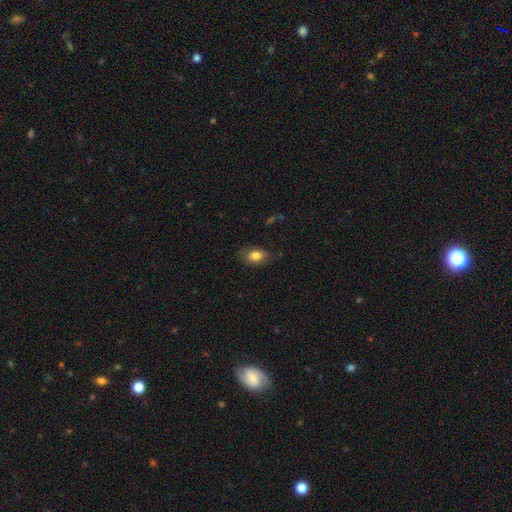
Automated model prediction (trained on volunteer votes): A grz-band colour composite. It shows a smooth galaxy with no disk features (77%) that is in between round and cigar-shaped (84%). Merging: none (69%).